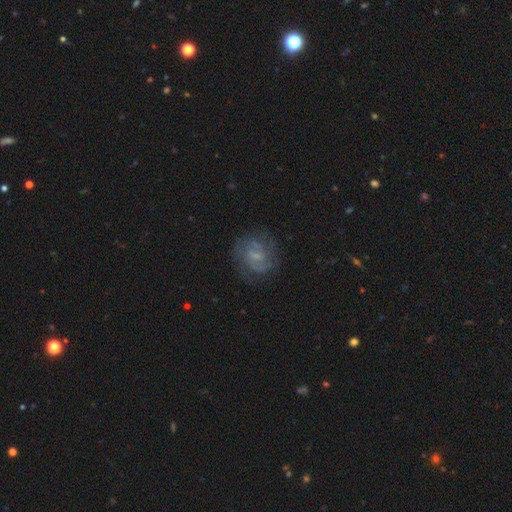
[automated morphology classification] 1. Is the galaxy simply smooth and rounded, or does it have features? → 71% featured or disk, 20% smooth, 9% star or artifact.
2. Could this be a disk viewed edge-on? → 98% no, 2% yes.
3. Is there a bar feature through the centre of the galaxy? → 51% weak, 39% no, 9% strong.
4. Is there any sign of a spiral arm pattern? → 90% yes, 10% no.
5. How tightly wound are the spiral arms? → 46% medium, 38% tight, 16% loose.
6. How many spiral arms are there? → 55% 2, 24% can't tell, 10% 3, 4% 1, 3% 4, 3% more than 4.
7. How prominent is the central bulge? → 53% small, 25% none, 19% moderate, 2% large, 1% dominant.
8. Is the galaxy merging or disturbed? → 74% none, 16% minor disturbance, 9% major disturbance, 1% merger.